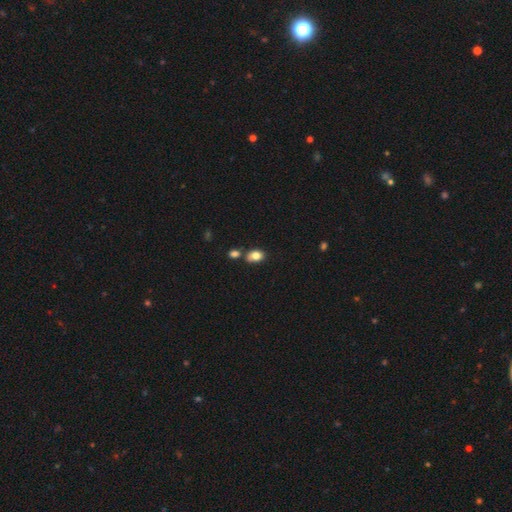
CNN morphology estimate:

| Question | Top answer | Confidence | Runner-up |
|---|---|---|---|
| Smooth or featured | smooth | 81% | featured or disk (10%) |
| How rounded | in between | 73% | round (25%) |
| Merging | none | 53% | merger (23%) |